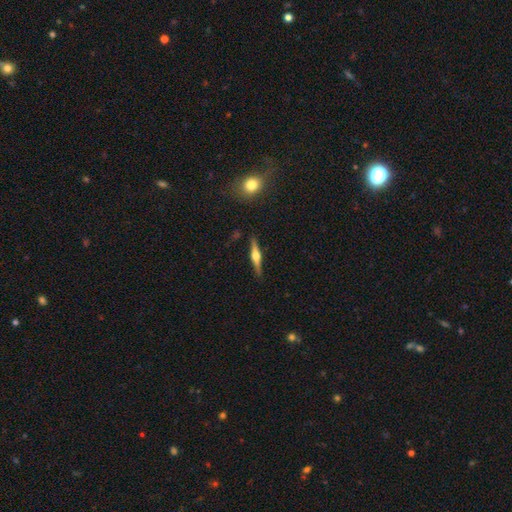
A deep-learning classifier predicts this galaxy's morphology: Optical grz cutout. It shows a featured or disk galaxy (74%) viewed edge-on (98%) with a rounded central bulge (94%). Merging: none (89%).